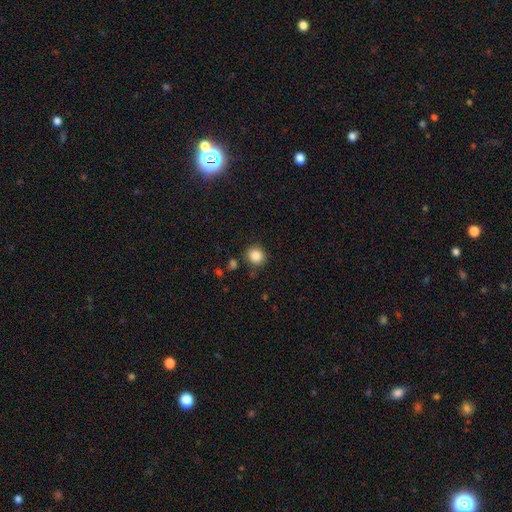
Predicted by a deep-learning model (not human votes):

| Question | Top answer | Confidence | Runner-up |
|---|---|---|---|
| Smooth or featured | smooth | 87% | star or artifact (10%) |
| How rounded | round | 83% | in between (16%) |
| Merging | none | 84% | minor disturbance (9%) |